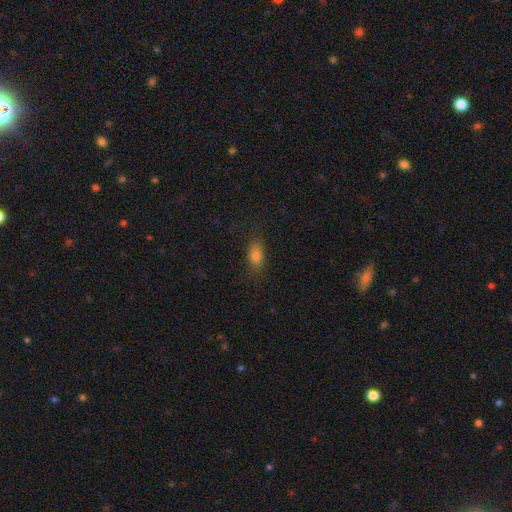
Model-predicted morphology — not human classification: Smooth or featured? Predicted: smooth (p=0.77). How rounded? Predicted: in between (p=0.80). Merging? Predicted: none (p=0.80).